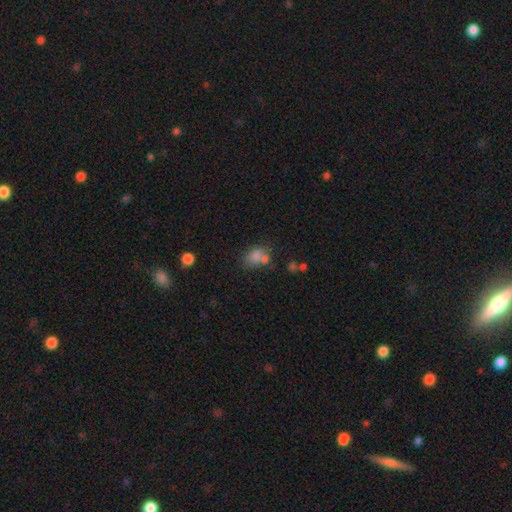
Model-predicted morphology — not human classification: type=smooth (75%); roundness=in between (70%); merging=none (47%).